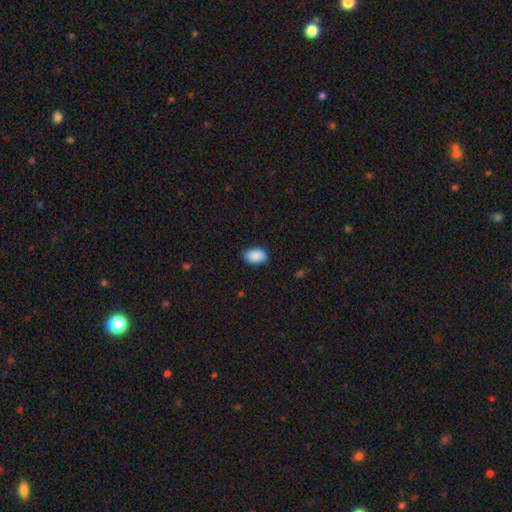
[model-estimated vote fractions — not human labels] This is clearly a smooth galaxy (89%). How rounded: clearly in between (89%). Merging: clearly none (82%).